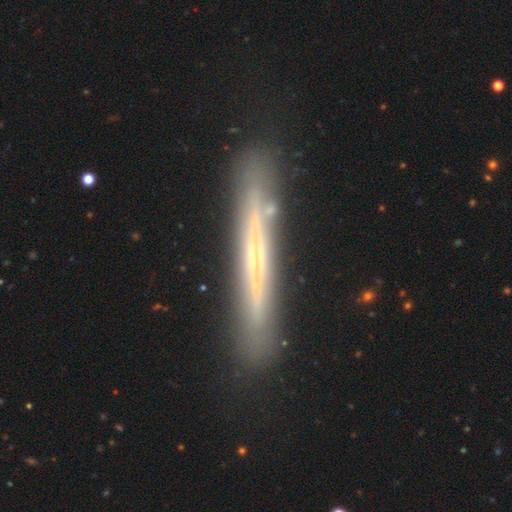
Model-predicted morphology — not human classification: smooth-or-featured: featured or disk: 64% | smooth: 29% | star or artifact: 7%
  disk-edge-on: yes: 90% | no: 10%
    edge-on-bulge: none: 74% | rounded: 20% | boxy: 7%
  merging: none: 84% | minor disturbance: 12% | major disturbance: 2% | merger: 2%